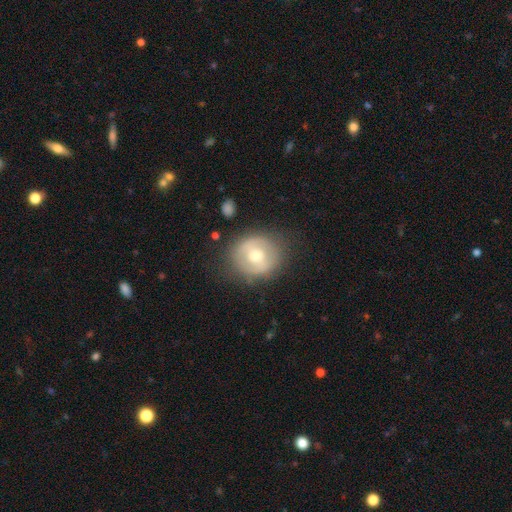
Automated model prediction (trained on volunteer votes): Smooth or featured?
  - featured or disk: 48% *
  - smooth: 45%
  - star or artifact: 7%
Merging?
  - none: 78% *
  - minor disturbance: 15%
  - major disturbance: 6%
  - merger: 2%